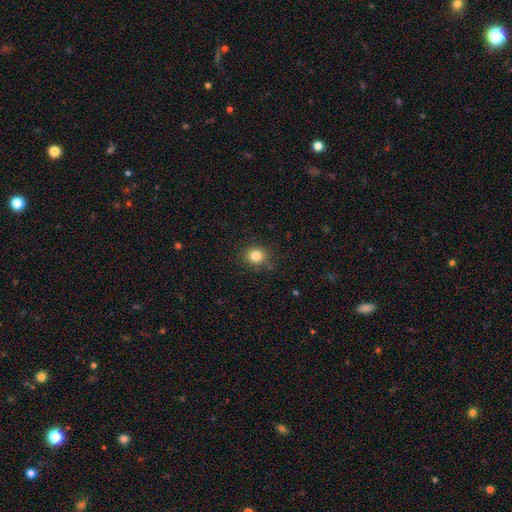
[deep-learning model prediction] Smooth or featured?
  - smooth: 82% *
  - star or artifact: 12%
  - featured or disk: 6%
How rounded?
  - round: 84% *
  - in between: 15%
  - cigar-shaped: 1%
Merging?
  - none: 85% *
  - minor disturbance: 11%
  - major disturbance: 3%
  - merger: 2%